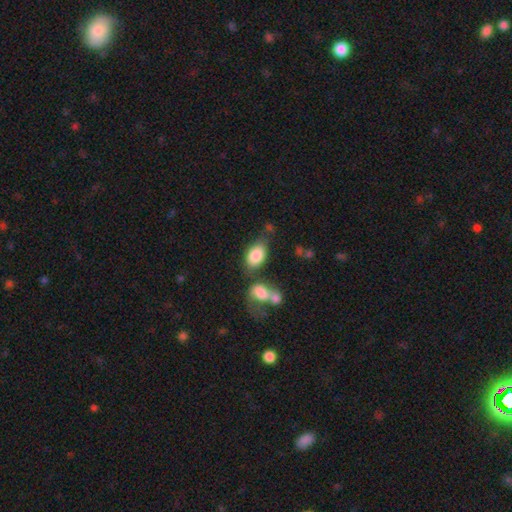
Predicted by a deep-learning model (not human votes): smooth 84%, featured or disk 10%, star or artifact 7%. Down the decision tree: how rounded — in between (90%); merging — none (52%).